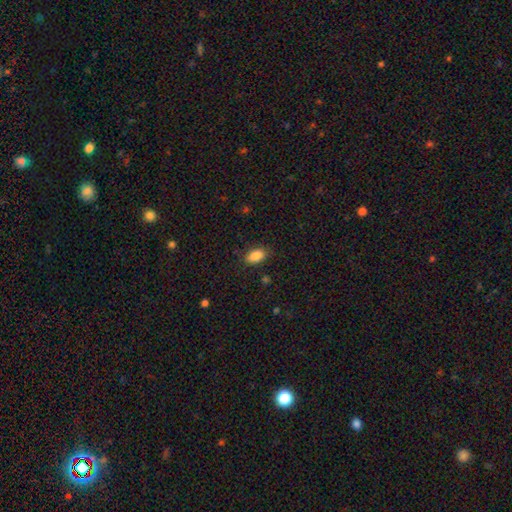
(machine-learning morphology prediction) Smooth or featured?
  - smooth: 87% *
  - star or artifact: 8%
  - featured or disk: 5%
How rounded?
  - in between: 91% *
  - round: 6%
  - cigar-shaped: 3%
Merging?
  - none: 85% *
  - minor disturbance: 11%
  - major disturbance: 3%
  - merger: 1%